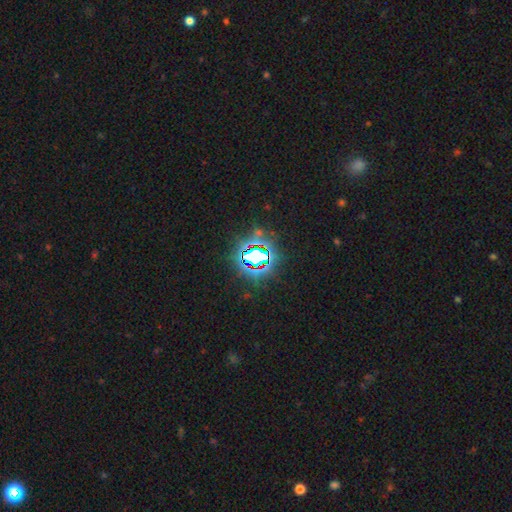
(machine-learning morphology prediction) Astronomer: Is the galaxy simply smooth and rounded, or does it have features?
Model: star or artifact — 75%.